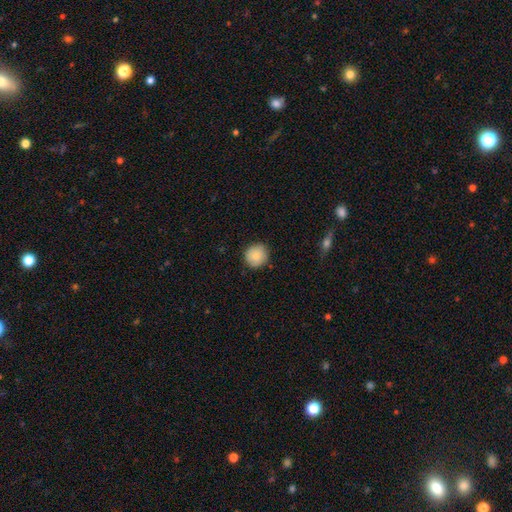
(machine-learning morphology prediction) type=smooth (83%); roundness=round (92%); merging=none (86%).